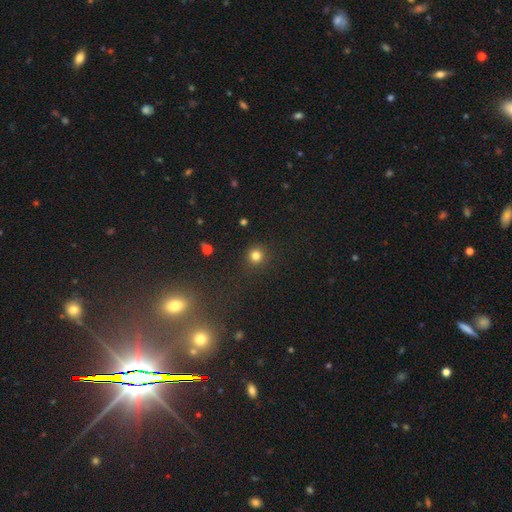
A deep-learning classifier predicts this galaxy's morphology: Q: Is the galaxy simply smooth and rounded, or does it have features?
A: smooth — 80%.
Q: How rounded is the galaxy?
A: round — 95%.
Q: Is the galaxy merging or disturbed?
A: none — 91%.